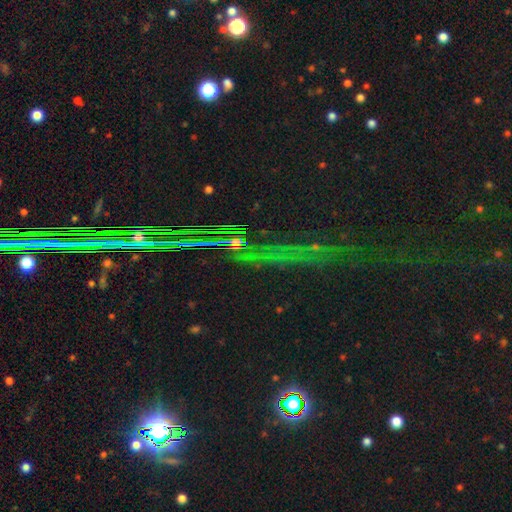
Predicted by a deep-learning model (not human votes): This appears to be a star or artifact, not a galaxy (79%).